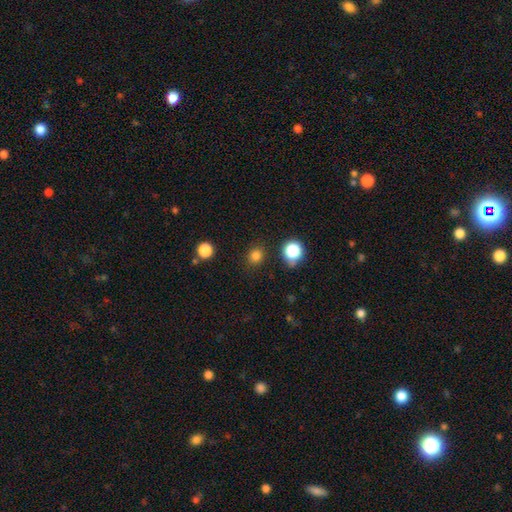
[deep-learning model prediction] Morphology: type=smooth (80%); roundness=round (81%); merging=none (87%).